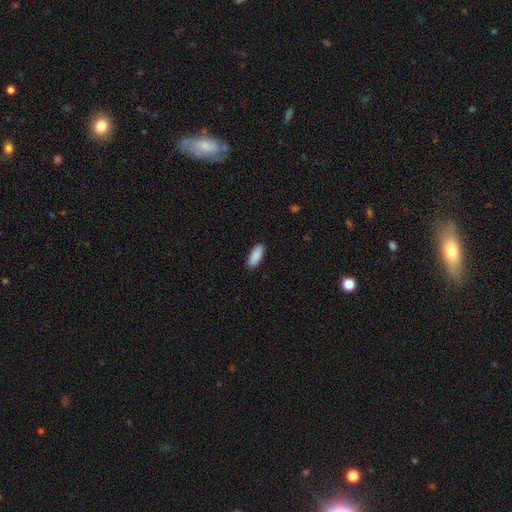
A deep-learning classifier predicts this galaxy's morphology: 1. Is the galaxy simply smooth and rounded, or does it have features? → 91% smooth, 6% star or artifact, 3% featured or disk.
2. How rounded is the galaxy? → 76% in between, 23% cigar-shaped, 2% round.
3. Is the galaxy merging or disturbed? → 90% none, 7% minor disturbance, 2% major disturbance, 1% merger.